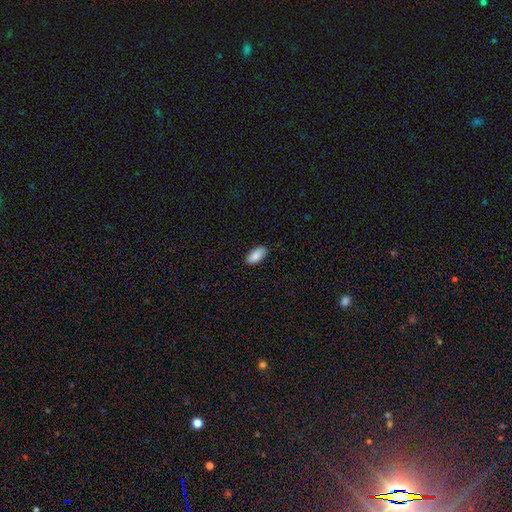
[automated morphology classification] The model was most divided on "merging": none: 85%, minor disturbance: 12%, major disturbance: 2%, merger: 1%. More confident: how rounded — in between (91%); smooth or featured — smooth (88%).